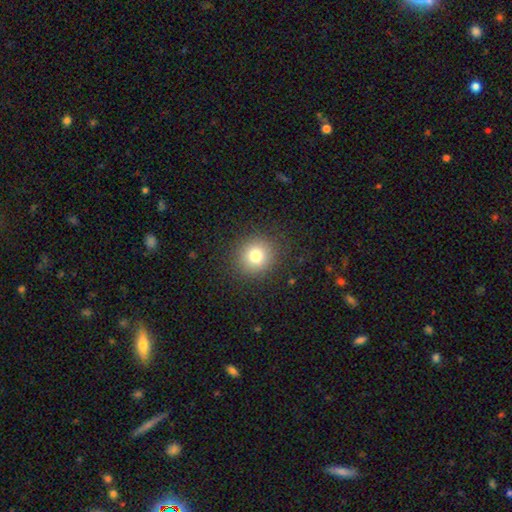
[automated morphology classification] type=smooth (78%); roundness=round (91%); merging=none (89%).